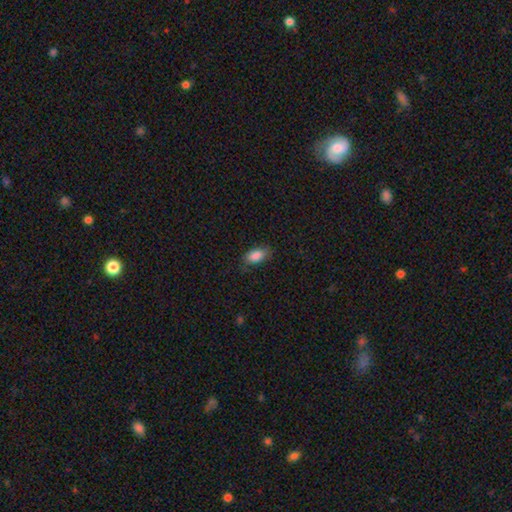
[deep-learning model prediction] A smooth galaxy with no disk features (87%) that is in between round and cigar-shaped (92%). Merging: none (76%).